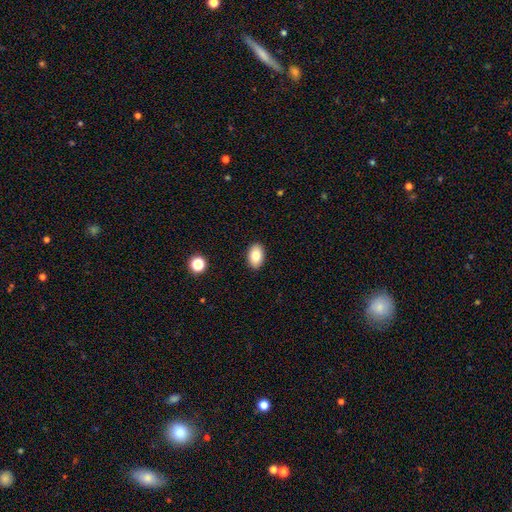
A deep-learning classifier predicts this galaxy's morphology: This is clearly a smooth galaxy (83%). How rounded: clearly in between (89%). Merging: clearly none (90%).